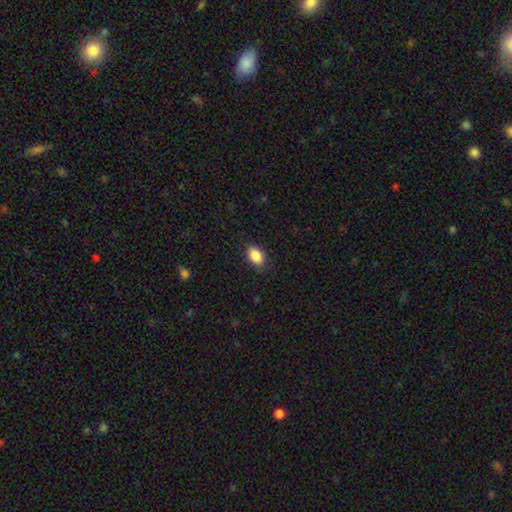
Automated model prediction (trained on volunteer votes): smooth 88%, star or artifact 8%, featured or disk 5%. Down the decision tree: how rounded — in between (87%); merging — none (83%).